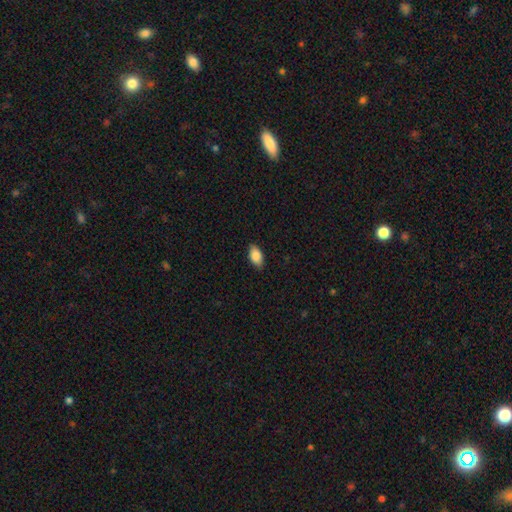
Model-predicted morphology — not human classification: smooth_or_featured: smooth (p=0.87) [alt: star or artifact p=0.07]
how_rounded: in between (p=0.93) [alt: round p=0.04]
merging: none (p=0.87) [alt: minor disturbance p=0.10]